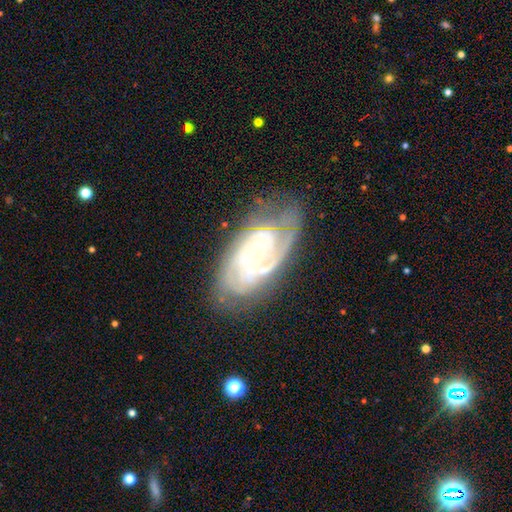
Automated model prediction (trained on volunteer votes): The model was most divided on "spiral arm count": 2: 34%, can't tell: 28%, 3: 20%, 4: 9%, more than 4: 5%, 1: 5%. Remaining: edge-on disk — no (96%); spiral arms — yes (95%); smooth or featured — featured or disk (86%); bulge size — small (77%); merging — none (67%); spiral winding — tight (65%); bar — no (45%).